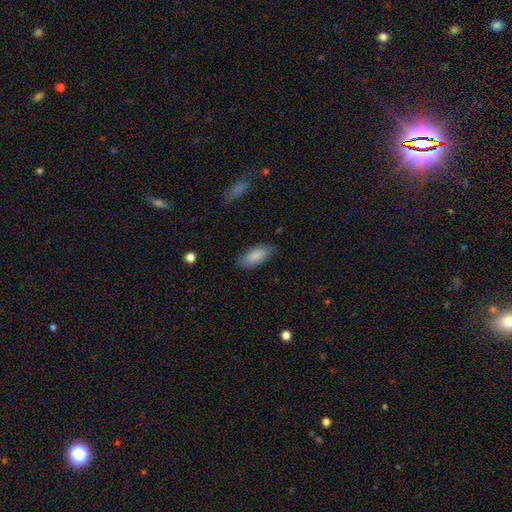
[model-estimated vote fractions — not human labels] Smooth or featured: smooth — 87% (featured or disk — 7%)
How rounded: in between — 87% (cigar-shaped — 12%)
Merging: none — 83% (minor disturbance — 13%)